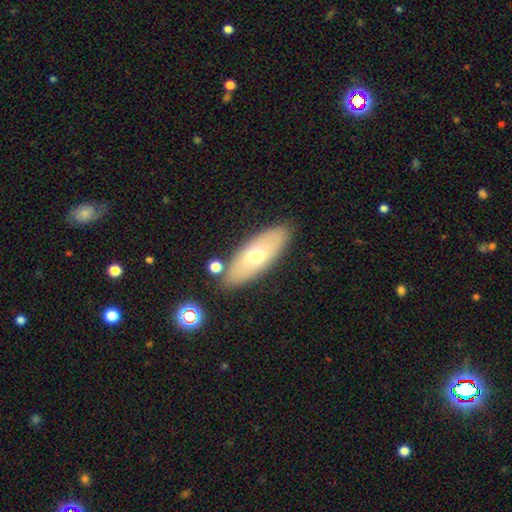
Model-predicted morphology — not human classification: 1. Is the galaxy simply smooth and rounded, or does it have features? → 59% smooth, 34% featured or disk, 7% star or artifact.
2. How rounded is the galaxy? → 71% in between, 26% cigar-shaped, 3% round.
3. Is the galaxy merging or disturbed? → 83% none, 10% minor disturbance, 4% merger, 3% major disturbance.